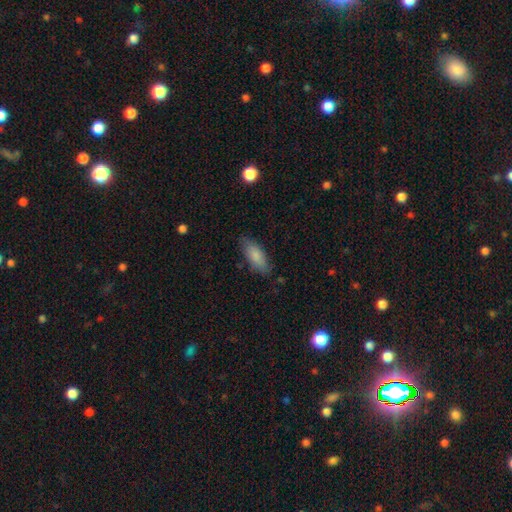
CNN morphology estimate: This appears to be a smooth galaxy with no disk features (82%) that is in between round and cigar-shaped (75%). Merging: none (80%).